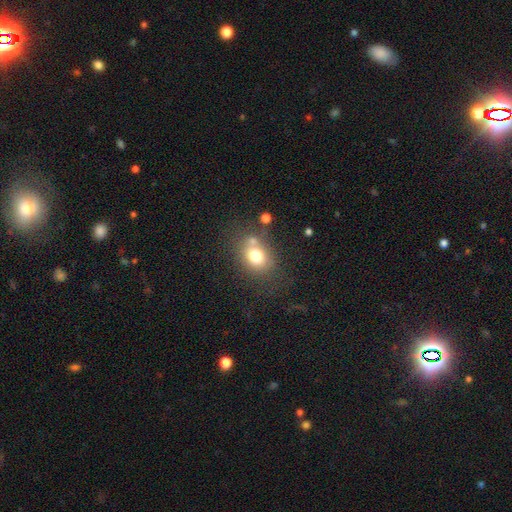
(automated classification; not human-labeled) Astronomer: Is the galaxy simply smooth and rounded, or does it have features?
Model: smooth — 73%.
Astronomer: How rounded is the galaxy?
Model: in between — 50% (runner-up: round, 49%).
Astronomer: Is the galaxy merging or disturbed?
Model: none — 59%.